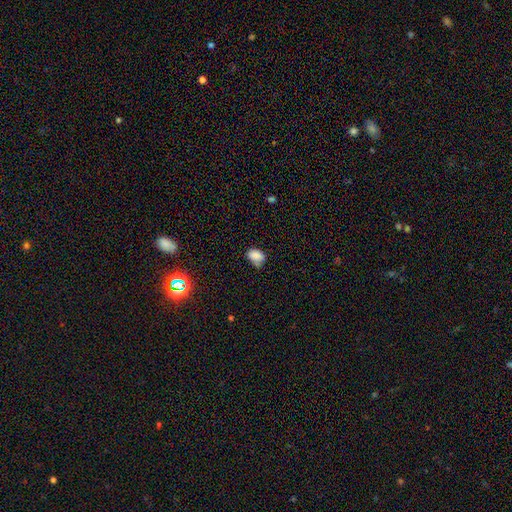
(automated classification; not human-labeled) This is clearly a smooth galaxy (83%). How rounded: likely in between (77%). Merging: possibly none (51%).